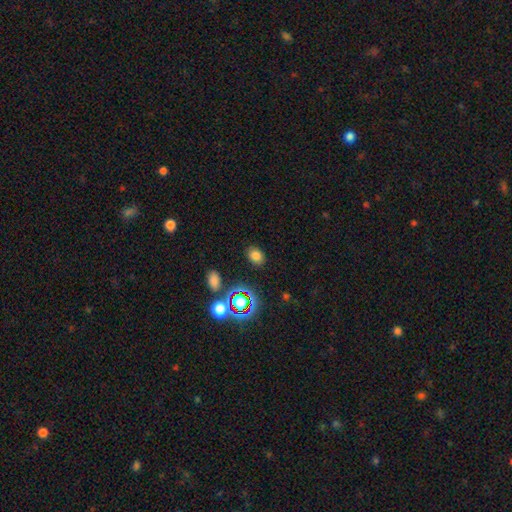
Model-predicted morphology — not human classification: This appears to be a smooth galaxy with no disk features (73%) that is in between round and cigar-shaped (66%). Merging: none (85%).